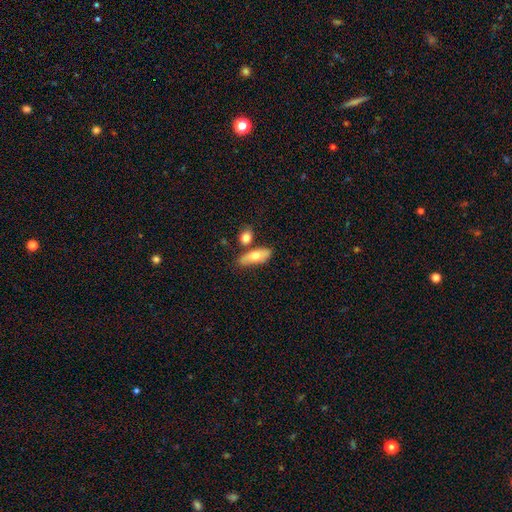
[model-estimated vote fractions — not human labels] This is likely a smooth galaxy (67%). How rounded: likely in between (72%). Merging: likely none (62%).